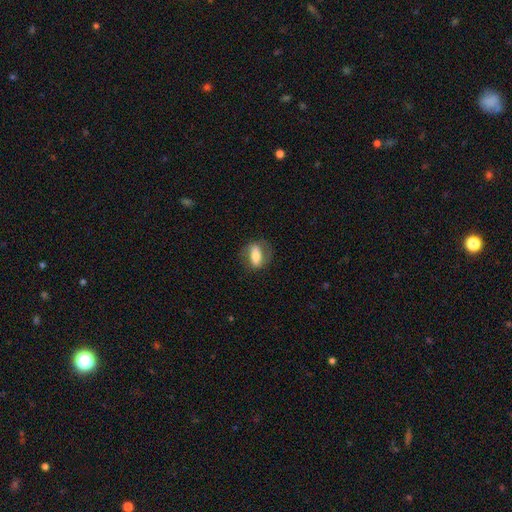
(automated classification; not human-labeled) smooth_or_featured: smooth (p=0.53) [alt: featured or disk p=0.39]
how_rounded: in between (p=0.75) [alt: cigar-shaped p=0.14]
merging: none (p=0.71) [alt: minor disturbance p=0.18]